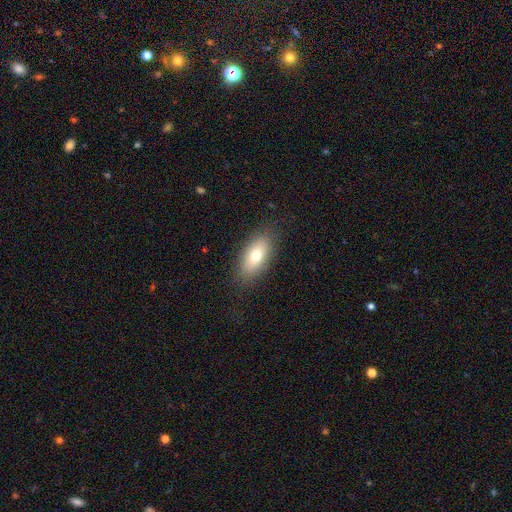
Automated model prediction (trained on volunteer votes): Q: Smooth or featured?
A: smooth (74%); runner-up: featured or disk (18%)
Q: How rounded?
A: in between (88%); runner-up: cigar-shaped (8%)
Q: Merging?
A: none (85%); runner-up: minor disturbance (11%)